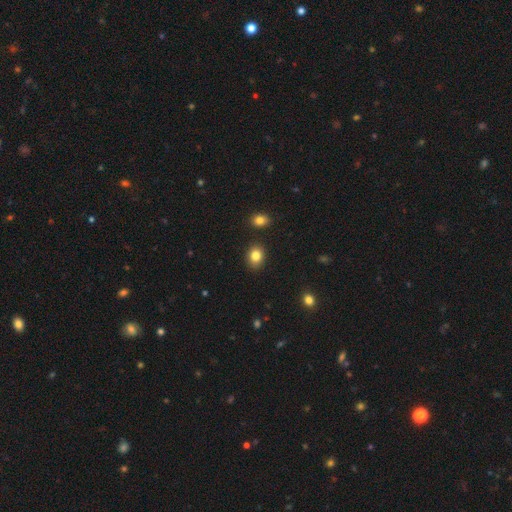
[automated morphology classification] smooth-or-featured: smooth: 84% | star or artifact: 10% | featured or disk: 6%
  how-rounded: round: 54% | in between: 45% | cigar-shaped: 1%
  merging: none: 88% | minor disturbance: 8% | merger: 3% | major disturbance: 2%